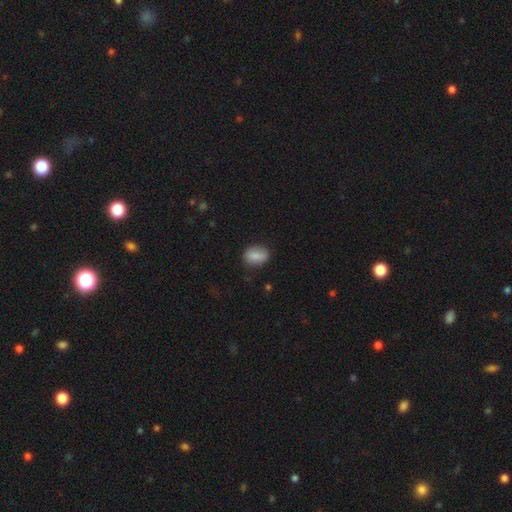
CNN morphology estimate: type=smooth (85%); roundness=in between (76%); merging=none (80%).